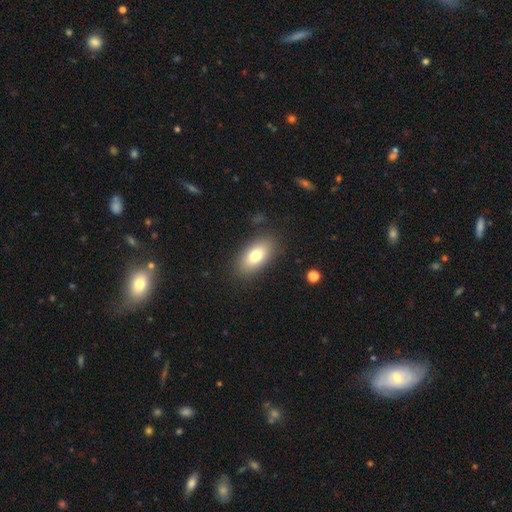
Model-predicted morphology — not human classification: The model was most divided on "smooth or featured": smooth: 78%, featured or disk: 15%, star or artifact: 8%. More confident: how rounded — in between (90%); merging — none (85%).